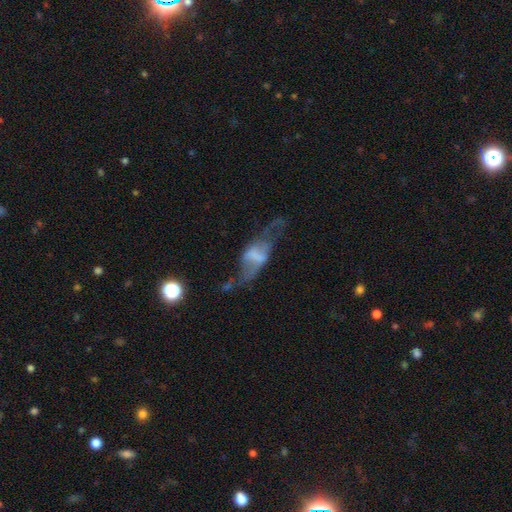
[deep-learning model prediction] Smooth or featured: featured or disk — 59% (smooth — 32%)
Edge-on disk: no — 69% (yes — 31%)
Merging: major disturbance — 39% (none — 34%)